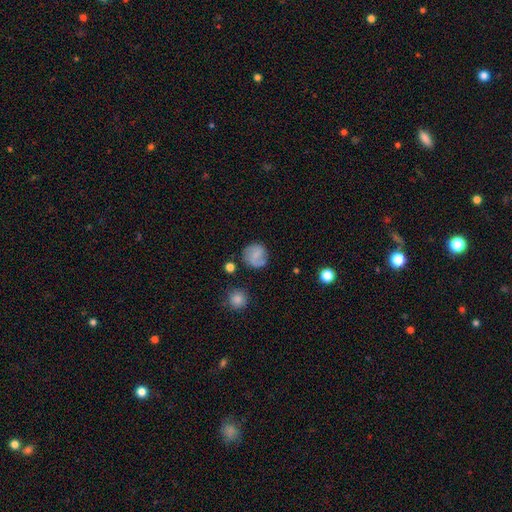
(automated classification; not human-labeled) Overall: smooth (55%; featured or disk 36%). How rounded: round (88%). Merging: none (75%).